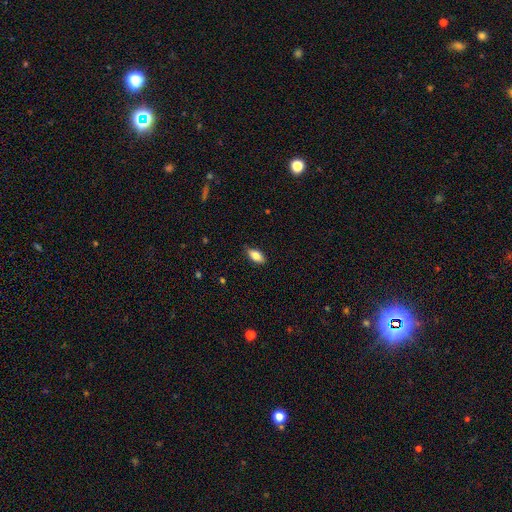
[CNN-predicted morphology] Smooth or featured?
  - smooth: 82% *
  - featured or disk: 10%
  - star or artifact: 7%
How rounded?
  - in between: 88% *
  - cigar-shaped: 9%
  - round: 3%
Merging?
  - none: 82% *
  - minor disturbance: 14%
  - major disturbance: 2%
  - merger: 1%